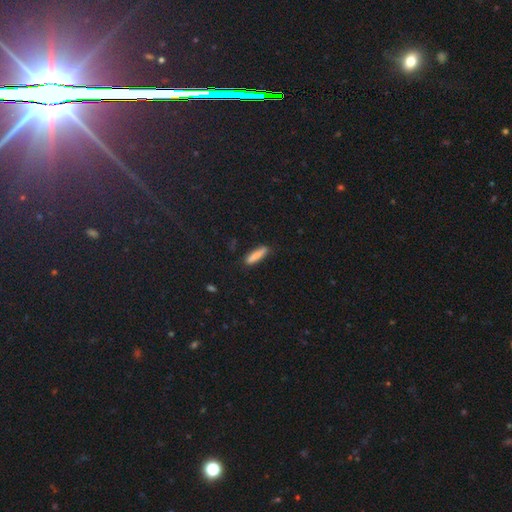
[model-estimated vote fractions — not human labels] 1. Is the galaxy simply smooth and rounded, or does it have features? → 85% smooth, 8% featured or disk, 7% star or artifact.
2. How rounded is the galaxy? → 81% cigar-shaped, 17% in between, 2% round.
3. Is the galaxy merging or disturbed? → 86% none, 11% minor disturbance, 2% major disturbance, 1% merger.